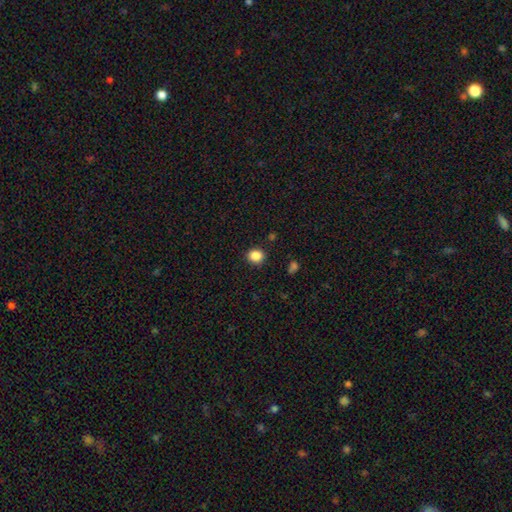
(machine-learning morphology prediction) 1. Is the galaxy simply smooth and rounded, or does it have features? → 86% smooth, 11% star or artifact, 3% featured or disk.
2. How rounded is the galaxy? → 77% round, 22% in between, 1% cigar-shaped.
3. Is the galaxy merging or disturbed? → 89% none, 7% minor disturbance, 2% major disturbance, 2% merger.